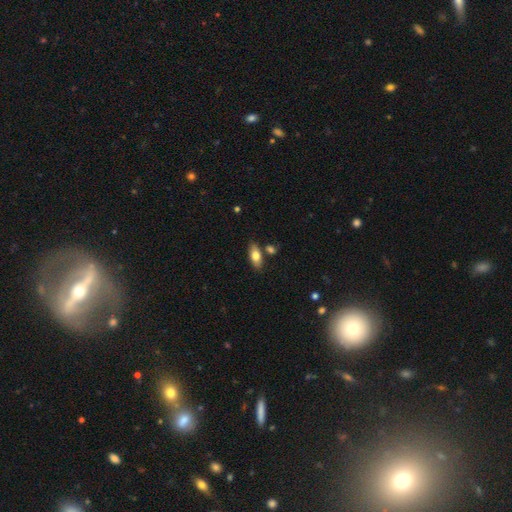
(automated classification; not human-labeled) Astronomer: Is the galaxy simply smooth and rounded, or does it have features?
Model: smooth — 75%.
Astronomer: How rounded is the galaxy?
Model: in between — 83%.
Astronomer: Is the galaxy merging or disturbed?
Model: none — 78%.